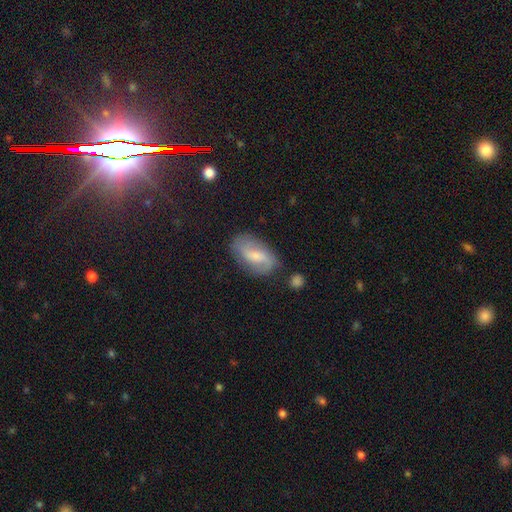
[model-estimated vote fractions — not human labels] This appears to be a featured or disk galaxy (53%). Merging: none (69%).